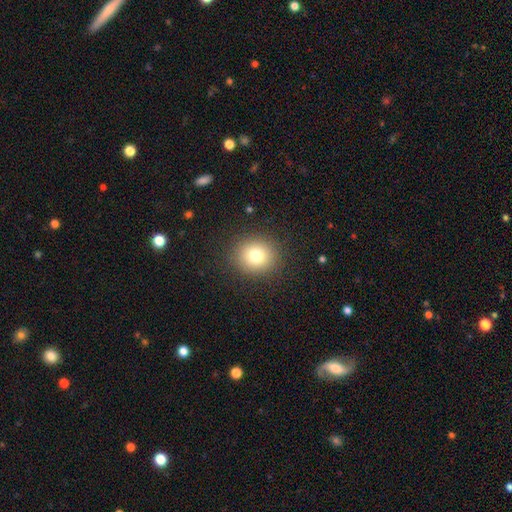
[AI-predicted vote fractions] Smooth or featured? Predicted: smooth (p=0.78). How rounded? Predicted: round (p=0.83). Merging? Predicted: none (p=0.89).